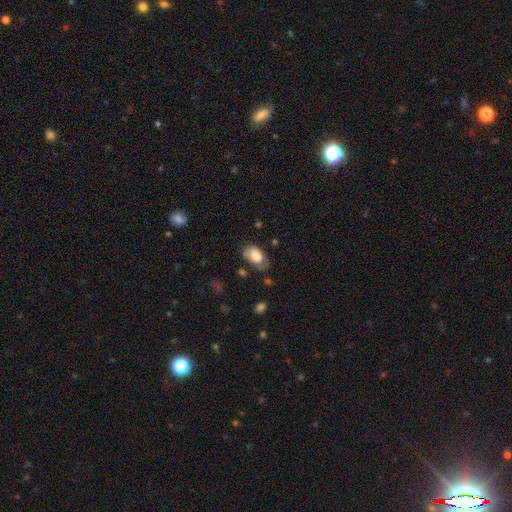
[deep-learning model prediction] Overall: smooth (76%). How rounded: in between (93%). Merging: none (59%; minor disturbance 27%).